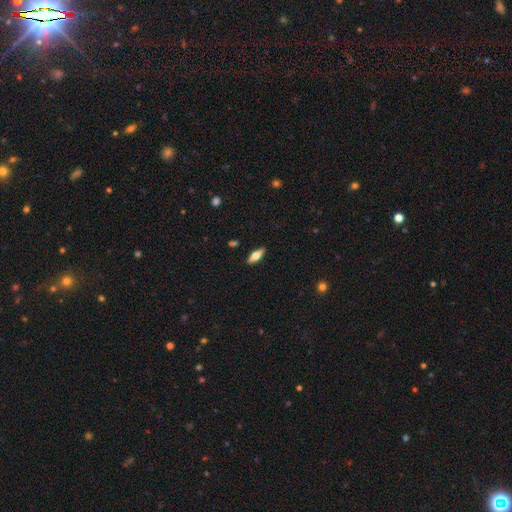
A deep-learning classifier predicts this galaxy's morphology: Smooth or featured?
  - smooth: 55% *
  - featured or disk: 39%
  - star or artifact: 7%
How rounded?
  - in between: 67% *
  - cigar-shaped: 30%
  - round: 3%
Merging?
  - none: 89% *
  - minor disturbance: 8%
  - major disturbance: 2%
  - merger: 1%